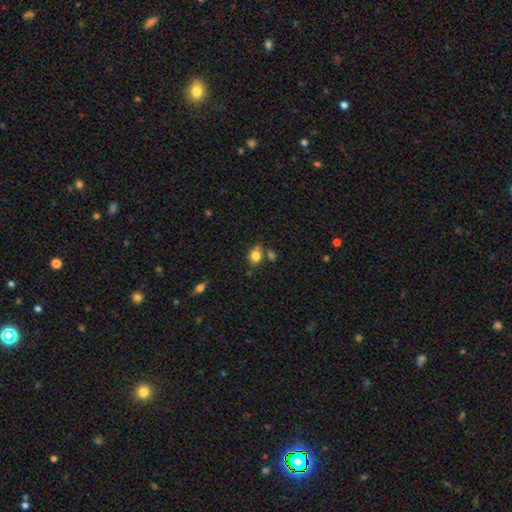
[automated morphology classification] smooth_or_featured: smooth (p=0.79) [alt: star or artifact p=0.11]
how_rounded: round (p=0.54) [alt: in between p=0.44]
merging: none (p=0.62) [alt: minor disturbance p=0.18]